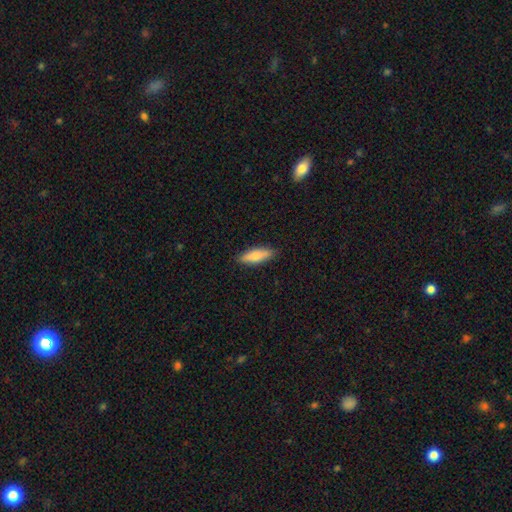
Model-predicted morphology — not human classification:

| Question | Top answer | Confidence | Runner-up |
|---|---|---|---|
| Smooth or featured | smooth | 76% | featured or disk (19%) |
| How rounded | cigar-shaped | 51% | in between (47%) |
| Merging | none | 88% | minor disturbance (10%) |